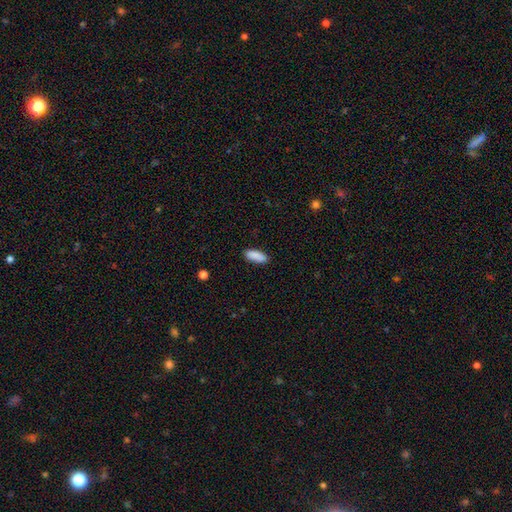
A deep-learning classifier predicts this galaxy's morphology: Smooth or featured: smooth — 90% (star or artifact — 6%)
How rounded: in between — 71% (cigar-shaped — 27%)
Merging: none — 87% (minor disturbance — 10%)